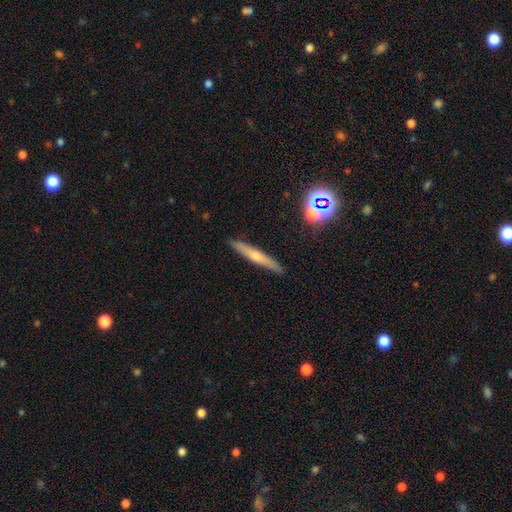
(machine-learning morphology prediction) This appears to be a featured or disk galaxy (61%) viewed edge-on (95%) with a rounded central bulge (81%). Merging: none (89%).